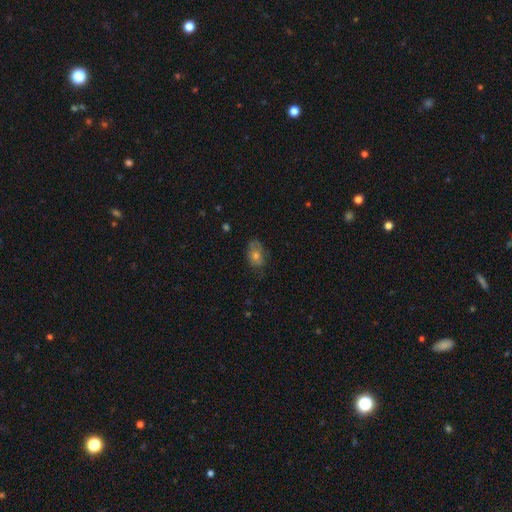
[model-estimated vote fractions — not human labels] Smooth or featured? smooth (58%)
How rounded? in between (83%)
Merging? none (63%)